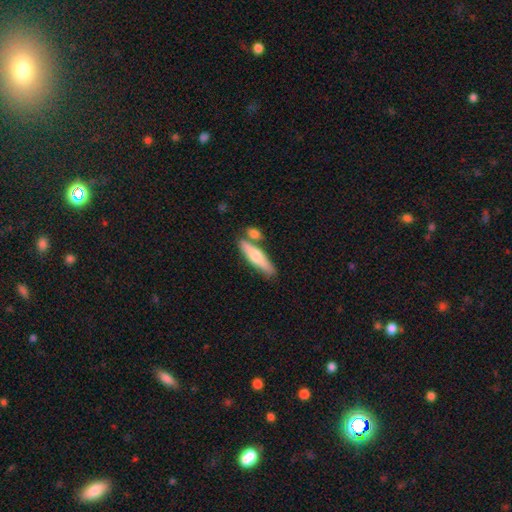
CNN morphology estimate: A smooth galaxy with no disk features (62%) that is cigar-shaped (68%). Merging: none (65%).